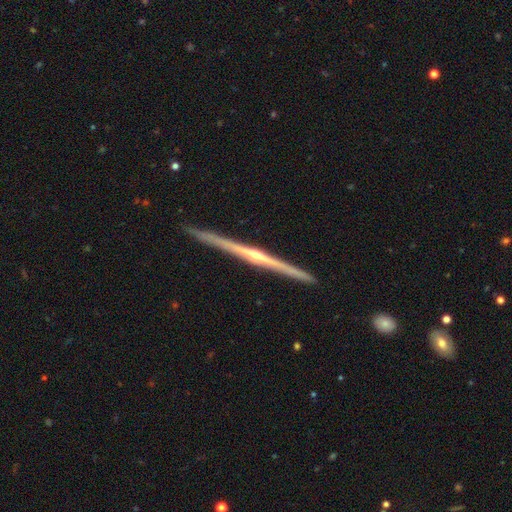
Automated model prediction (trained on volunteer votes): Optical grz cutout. It shows a featured or disk galaxy (87%) viewed edge-on (99%) with a rounded central bulge (76%). Merging: none (92%).